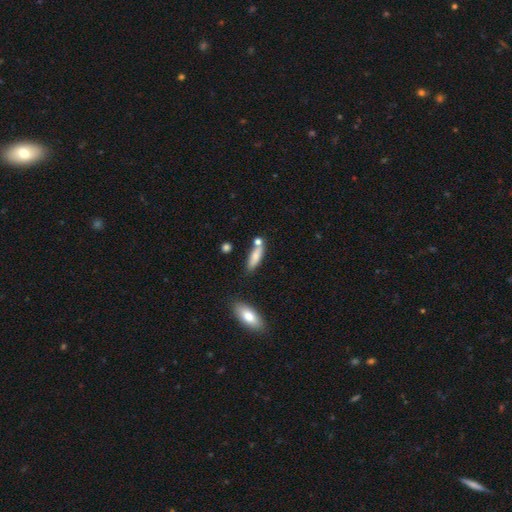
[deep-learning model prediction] Morphology: type=smooth (76%); roundness=cigar-shaped (54%); merging=none (62%).